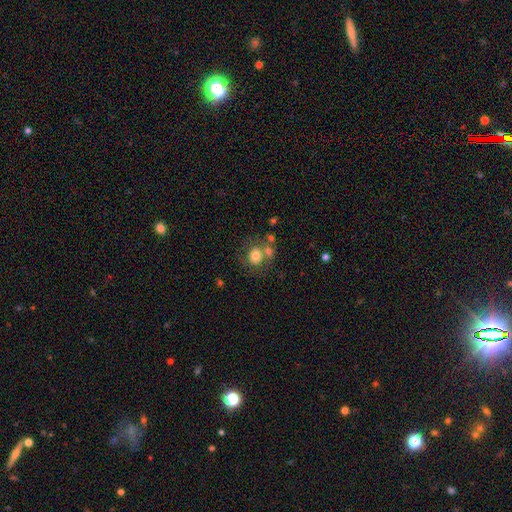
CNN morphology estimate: smooth 72%, featured or disk 18%, star or artifact 10%. Down the decision tree: how rounded — round (76%); merging — none (52%).